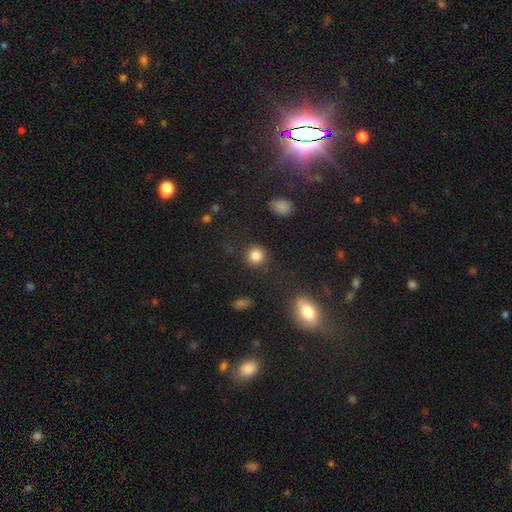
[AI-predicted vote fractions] A smooth galaxy with no disk features (83%) that is round (90%).

Vote fractions:
- Smooth or featured? smooth: 83% / star or artifact: 11% / featured or disk: 5%
- How rounded? round: 90% / in between: 9% / cigar-shaped: 1%
- Merging? none: 85% / minor disturbance: 8% / major disturbance: 4% / merger: 2%